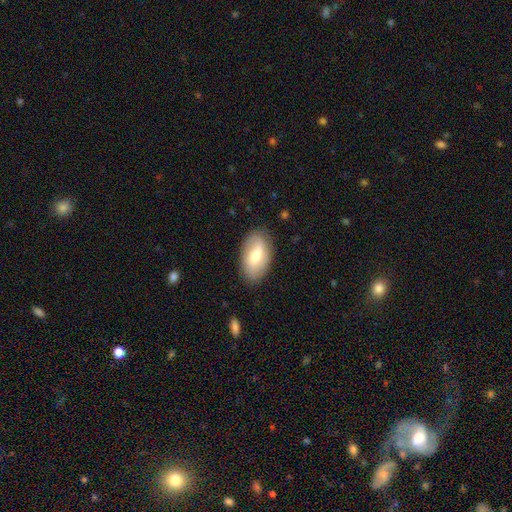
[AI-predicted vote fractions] Smooth or featured? Predicted: smooth (p=0.62). How rounded? Predicted: in between (p=0.94). Merging? Predicted: none (p=0.84).